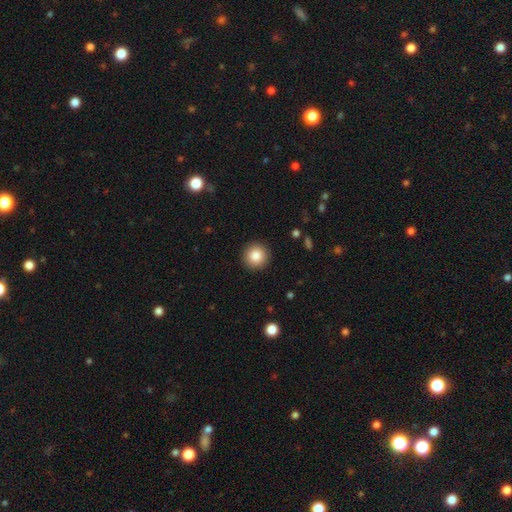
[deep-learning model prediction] Smooth or featured: smooth — 86% (star or artifact — 9%)
How rounded: round — 95% (in between — 4%)
Merging: none — 92% (minor disturbance — 5%)